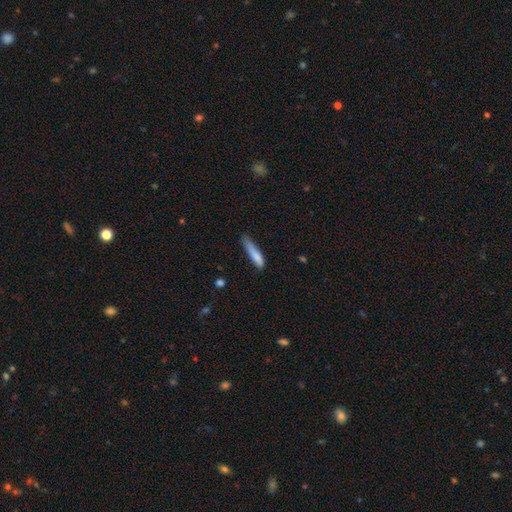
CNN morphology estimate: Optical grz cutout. It shows a smooth galaxy with no disk features (81%) that is cigar-shaped (83%). Merging: none (49%).